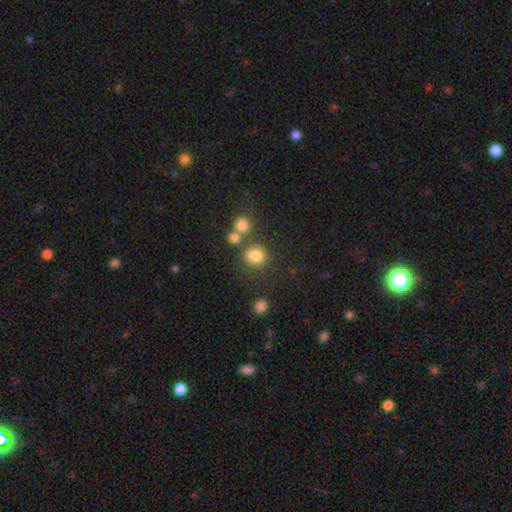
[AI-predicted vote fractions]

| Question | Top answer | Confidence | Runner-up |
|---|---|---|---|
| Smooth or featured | smooth | 78% | star or artifact (14%) |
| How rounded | round | 74% | in between (25%) |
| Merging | none | 59% | merger (22%) |